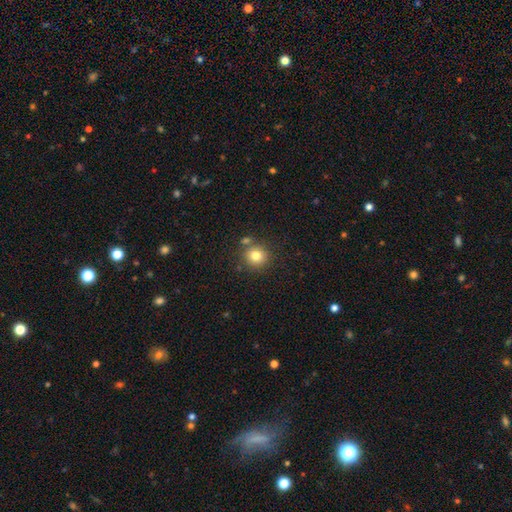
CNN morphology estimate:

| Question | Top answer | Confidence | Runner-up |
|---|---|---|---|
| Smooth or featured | smooth | 80% | star or artifact (12%) |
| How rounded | round | 91% | in between (8%) |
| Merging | none | 76% | merger (12%) |